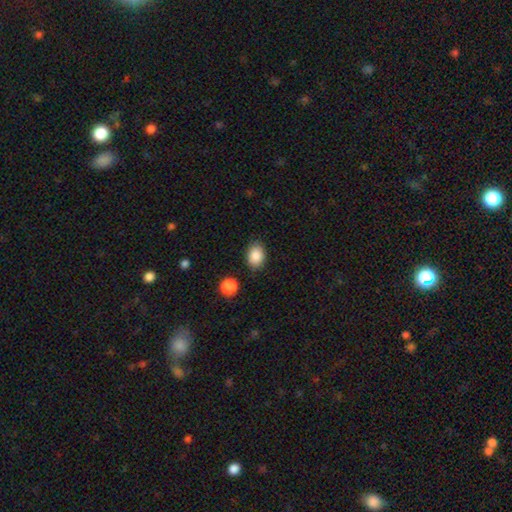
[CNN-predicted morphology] smooth 87%, star or artifact 8%, featured or disk 5%. Down the decision tree: how rounded — in between (73%); merging — none (83%).